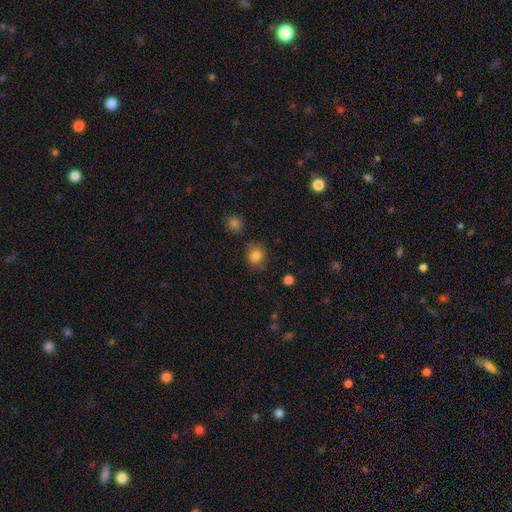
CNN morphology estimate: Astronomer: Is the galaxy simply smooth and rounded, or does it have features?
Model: smooth — 84%.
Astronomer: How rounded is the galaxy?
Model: round — 77%.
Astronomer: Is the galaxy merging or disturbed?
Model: none — 71%.